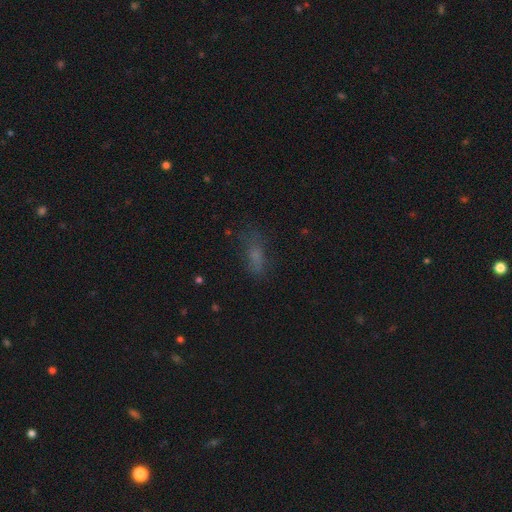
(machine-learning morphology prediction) type=smooth (65%); roundness=in between (71%); merging=none (64%).